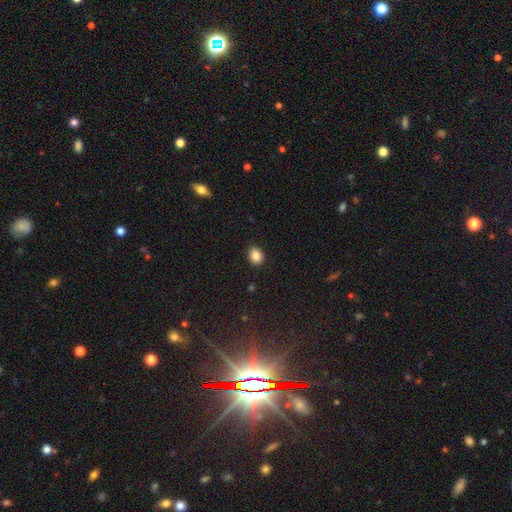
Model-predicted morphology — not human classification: Smooth or featured? smooth (87%)
How rounded? in between (59%)
Merging? none (89%)